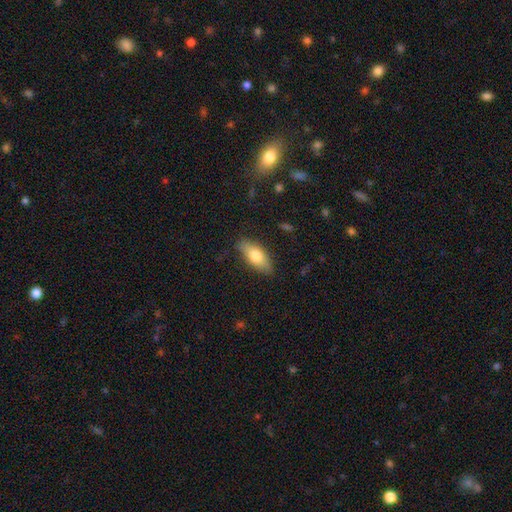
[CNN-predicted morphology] This is likely a smooth galaxy (74%). How rounded: likely in between (79%). Merging: clearly none (82%).